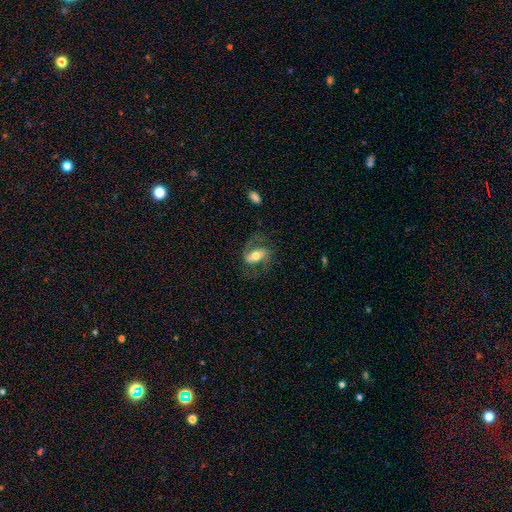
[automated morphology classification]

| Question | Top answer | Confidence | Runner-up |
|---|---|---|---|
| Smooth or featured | featured or disk | 69% | smooth (25%) |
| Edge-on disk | no | 95% | yes (5%) |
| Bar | strong | 41% | weak (34%) |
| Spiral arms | yes | 89% | no (11%) |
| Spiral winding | medium | 49% | loose (35%) |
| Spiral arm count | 2 | 85% | 1 (7%) |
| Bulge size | moderate | 67% | small (15%) |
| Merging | none | 66% | minor disturbance (18%) |